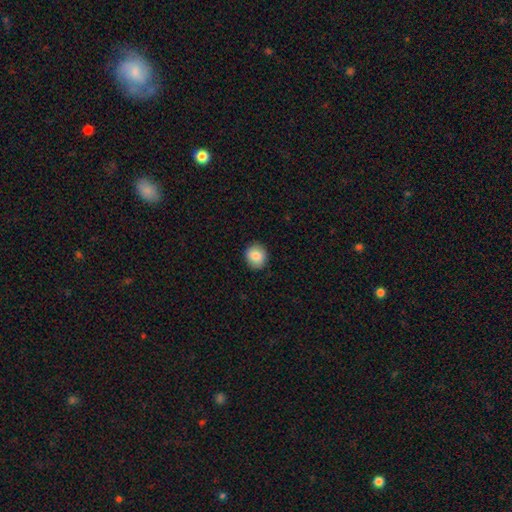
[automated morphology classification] This is clearly a smooth galaxy (85%). How rounded: clearly round (81%). Merging: clearly none (89%).